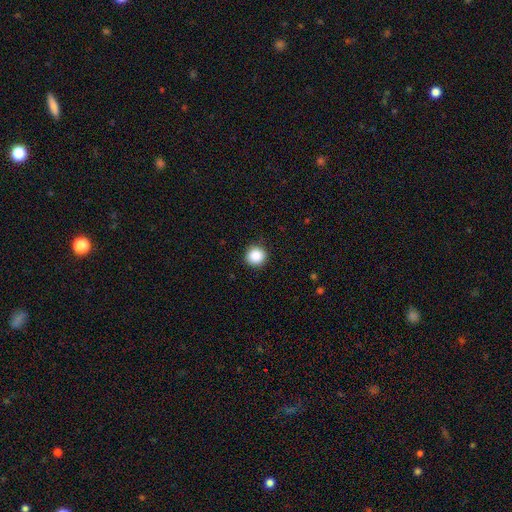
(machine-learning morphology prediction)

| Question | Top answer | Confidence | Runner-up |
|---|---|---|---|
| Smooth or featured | smooth | 87% | star or artifact (9%) |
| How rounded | round | 95% | in between (4%) |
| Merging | none | 92% | minor disturbance (5%) |